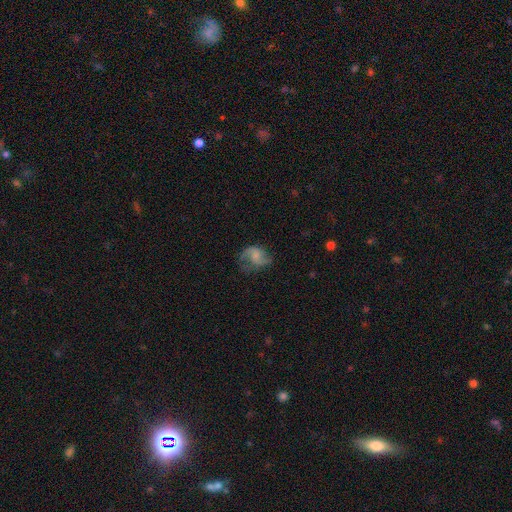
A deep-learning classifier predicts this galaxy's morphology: Smooth or featured?
  - featured or disk: 61% *
  - smooth: 30%
  - star or artifact: 9%
Edge-on disk?
  - no: 98% *
  - yes: 2%
Bar?
  - no: 58% *
  - weak: 35%
  - strong: 7%
Spiral arms?
  - yes: 86% *
  - no: 14%
Spiral winding?
  - loose: 53% *
  - medium: 37%
  - tight: 10%
Spiral arm count?
  - 2: 78% *
  - can't tell: 8%
  - 1: 8%
  - 3: 3%
  - 4: 1%
  - more than 4: 1%
Bulge size?
  - small: 40% *
  - none: 34%
  - moderate: 21%
  - large: 4%
  - dominant: 1%
Merging?
  - none: 49% *
  - minor disturbance: 25%
  - major disturbance: 24%
  - merger: 2%